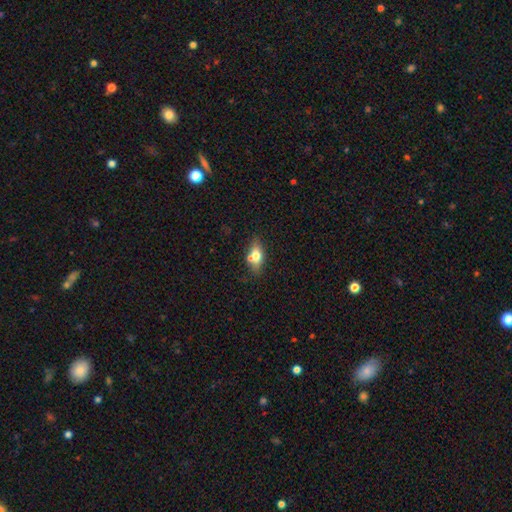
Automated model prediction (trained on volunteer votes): Overall: smooth (66%). How rounded: in between (78%). Merging: none (60%; merger 21%).